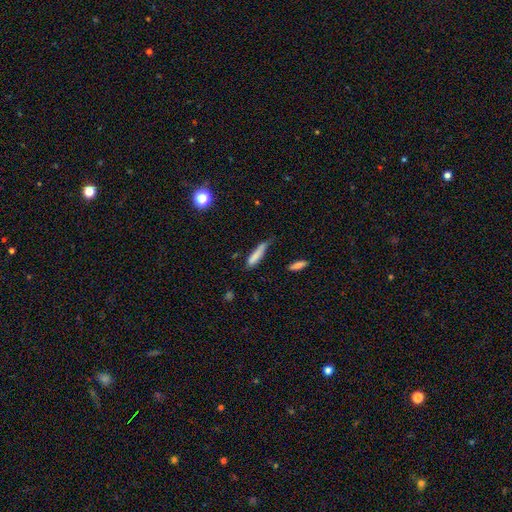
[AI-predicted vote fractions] A smooth galaxy with no disk features (79%) that is cigar-shaped (83%). Merging: none (52%).